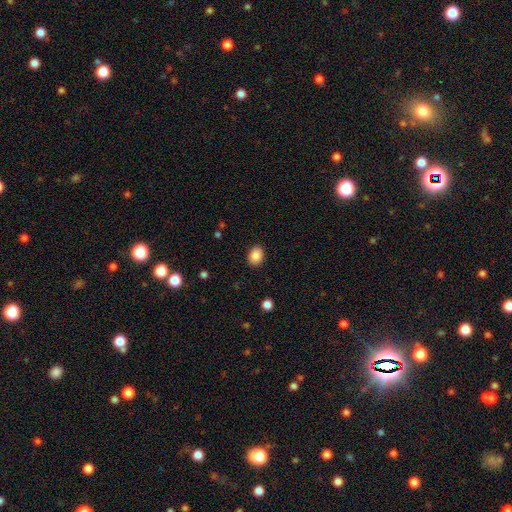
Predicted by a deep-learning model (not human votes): The model was most divided on "how rounded": in between: 65%, round: 34%, cigar-shaped: 1%. More confident: merging — none (89%); smooth or featured — smooth (87%).